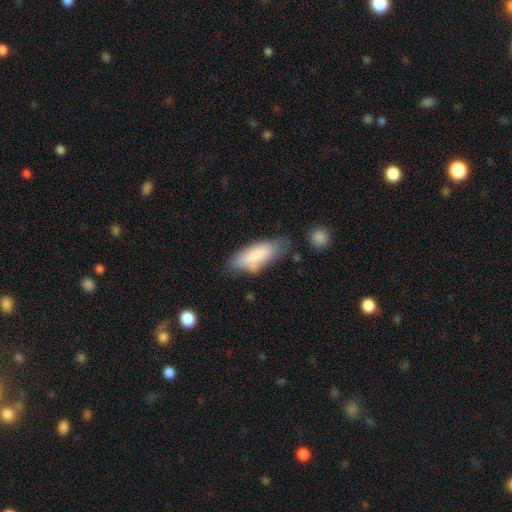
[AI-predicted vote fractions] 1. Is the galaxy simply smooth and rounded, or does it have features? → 82% smooth, 12% featured or disk, 6% star or artifact.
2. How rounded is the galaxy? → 75% in between, 23% cigar-shaped, 2% round.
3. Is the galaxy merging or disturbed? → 54% none, 31% minor disturbance, 9% major disturbance, 6% merger.